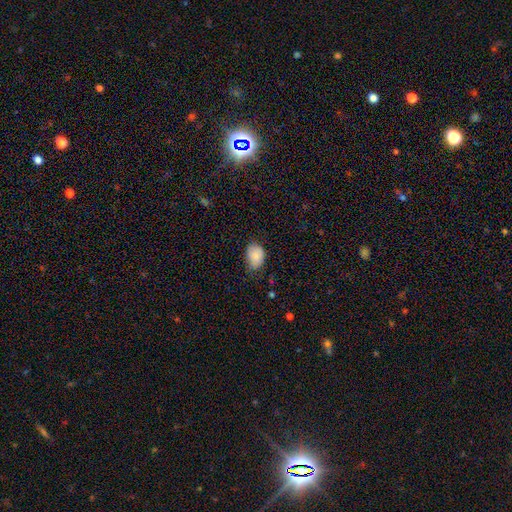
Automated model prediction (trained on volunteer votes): Smooth or featured? smooth (82%)
How rounded? in between (76%)
Merging? none (58%)